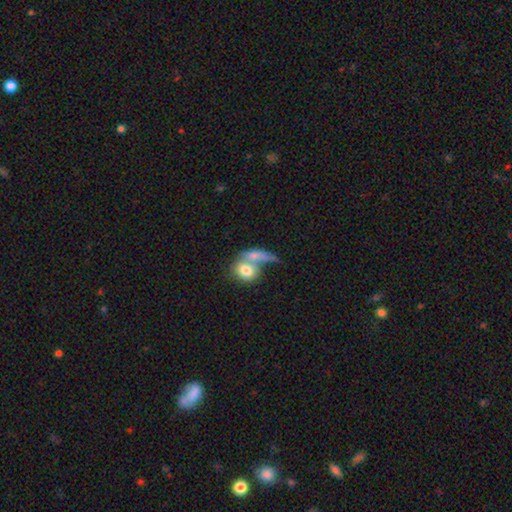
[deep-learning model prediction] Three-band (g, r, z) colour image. It shows a smooth galaxy with no disk features (68%) that is round (47%). Merging: merger (57%).